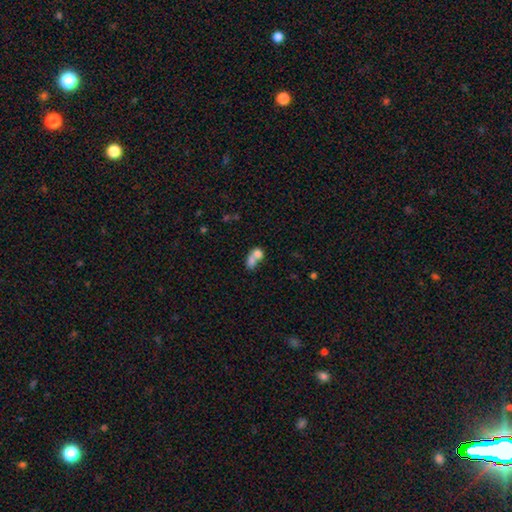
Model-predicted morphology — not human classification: A smooth galaxy with no disk features (72%) that is in between round and cigar-shaped (60%). Merging: merger (72%).